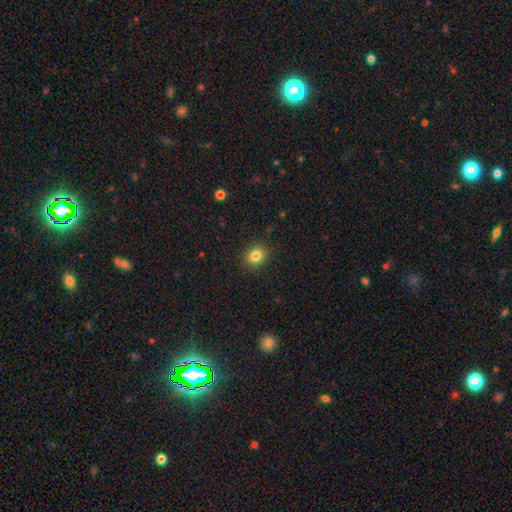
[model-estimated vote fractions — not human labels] smooth_or_featured: smooth (p=0.83) [alt: star or artifact p=0.11]
how_rounded: round (p=0.62) [alt: in between p=0.37]
merging: none (p=0.90) [alt: minor disturbance p=0.07]